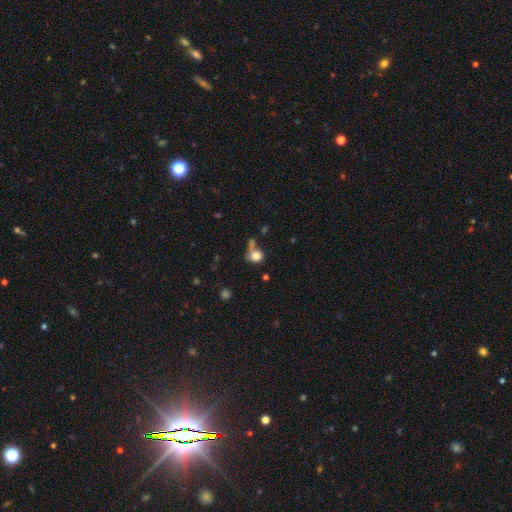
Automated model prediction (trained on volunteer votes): Smooth or featured?
  - smooth: 79% *
  - star or artifact: 11%
  - featured or disk: 10%
How rounded?
  - round: 76% *
  - in between: 22%
  - cigar-shaped: 2%
Merging?
  - none: 44% *
  - merger: 25%
  - minor disturbance: 17%
  - major disturbance: 13%